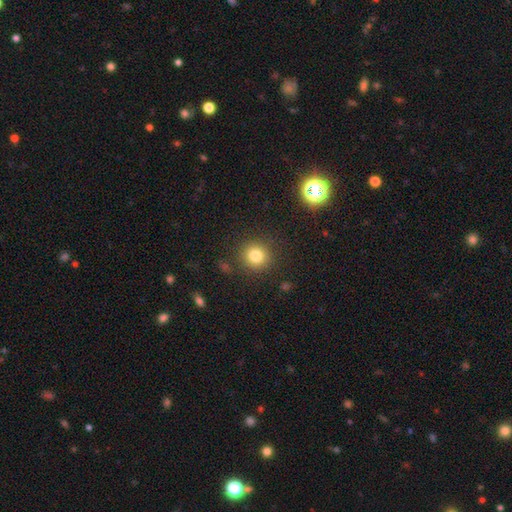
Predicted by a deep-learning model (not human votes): Morphology: type=smooth (81%); roundness=round (91%); merging=none (87%).